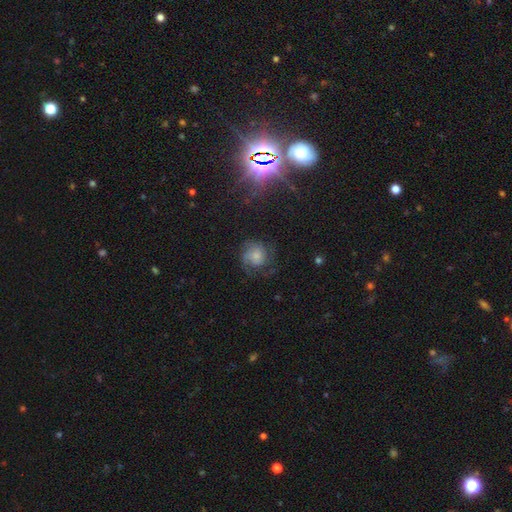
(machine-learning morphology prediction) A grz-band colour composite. It shows a featured or disk galaxy (54%) with no bar (75%), spiral arms (87%) and a small central bulge (44%). Merging: none (61%).